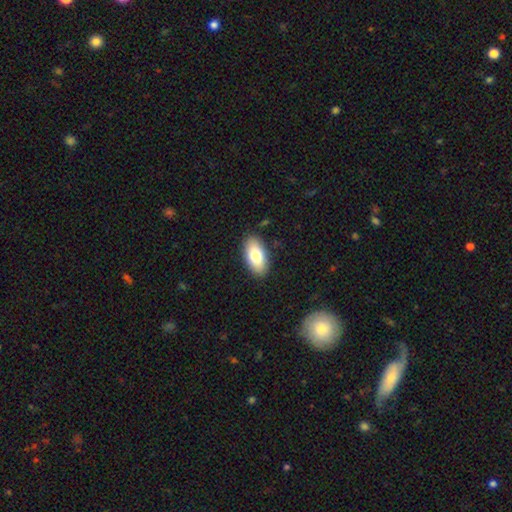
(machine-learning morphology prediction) smooth_or_featured: smooth (p=0.78) [alt: featured or disk p=0.16]
how_rounded: in between (p=0.93) [alt: cigar-shaped p=0.04]
merging: none (p=0.88) [alt: minor disturbance p=0.09]